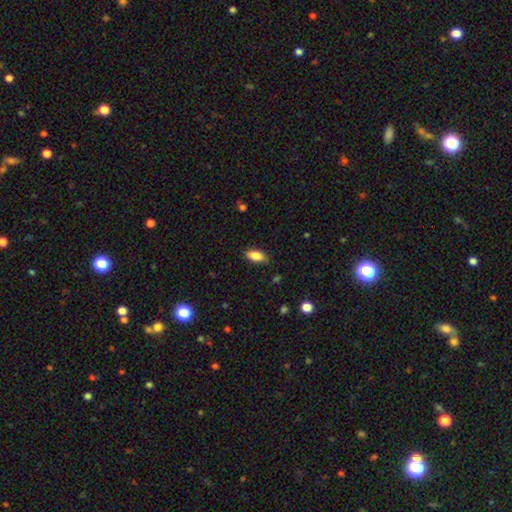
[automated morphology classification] Smooth or featured?
  - smooth: 84% *
  - featured or disk: 8%
  - star or artifact: 7%
How rounded?
  - in between: 89% *
  - cigar-shaped: 8%
  - round: 3%
Merging?
  - none: 84% *
  - minor disturbance: 12%
  - major disturbance: 2%
  - merger: 1%